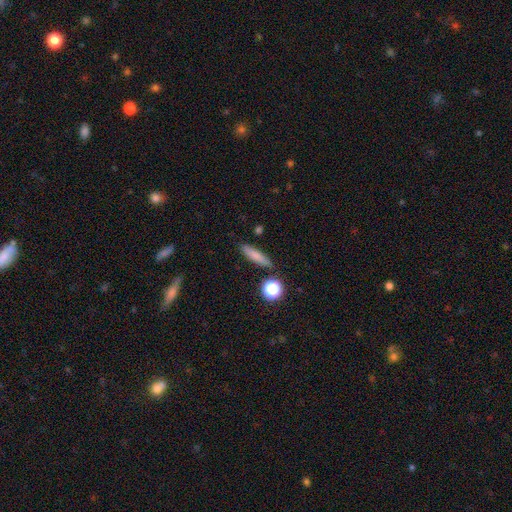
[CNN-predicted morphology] smooth_or_featured: smooth (p=0.76) [alt: featured or disk p=0.13]
how_rounded: cigar-shaped (p=0.73) [alt: in between p=0.21]
merging: none (p=0.85) [alt: minor disturbance p=0.09]